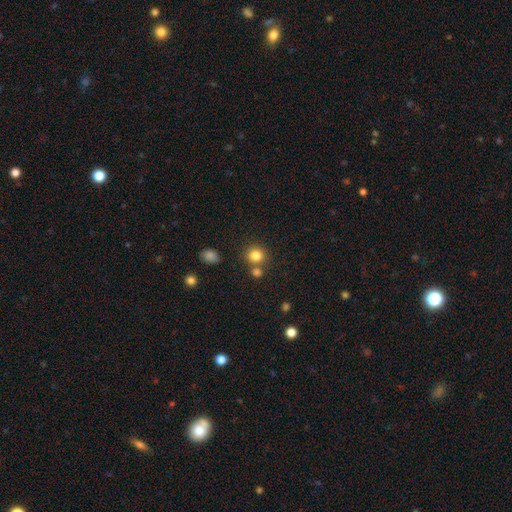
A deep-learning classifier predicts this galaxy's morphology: smooth_or_featured: smooth (p=0.83) [alt: star or artifact p=0.12]
how_rounded: round (p=0.87) [alt: in between p=0.12]
merging: none (p=0.69) [alt: merger p=0.19]